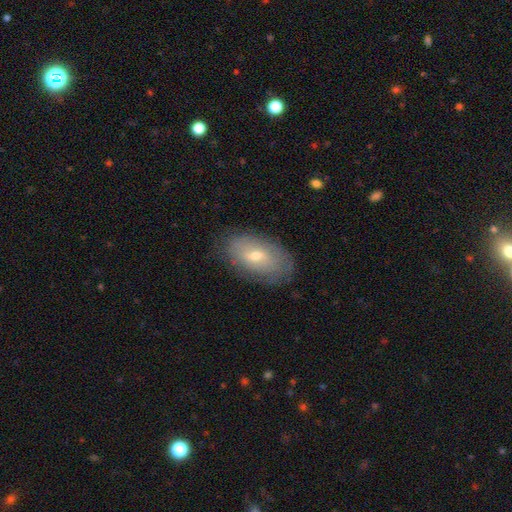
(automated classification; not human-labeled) smooth-or-featured: smooth: 52% | featured or disk: 39% | star or artifact: 9%
  how-rounded: in between: 91% | round: 6% | cigar-shaped: 3%
  merging: none: 79% | minor disturbance: 15% | major disturbance: 5% | merger: 1%